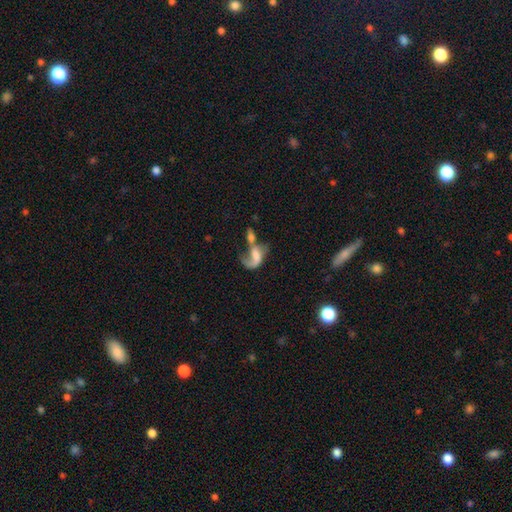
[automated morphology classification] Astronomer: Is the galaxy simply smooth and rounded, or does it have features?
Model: featured or disk — 60%.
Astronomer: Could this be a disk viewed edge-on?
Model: no — 96%.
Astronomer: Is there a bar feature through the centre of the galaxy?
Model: no — 53% (runner-up: weak, 34%).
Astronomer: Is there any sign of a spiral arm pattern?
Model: yes — 77%.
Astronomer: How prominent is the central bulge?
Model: none — 38% (runner-up: small, 22%).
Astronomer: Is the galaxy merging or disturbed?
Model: merger — 48% (runner-up: major disturbance, 27%).